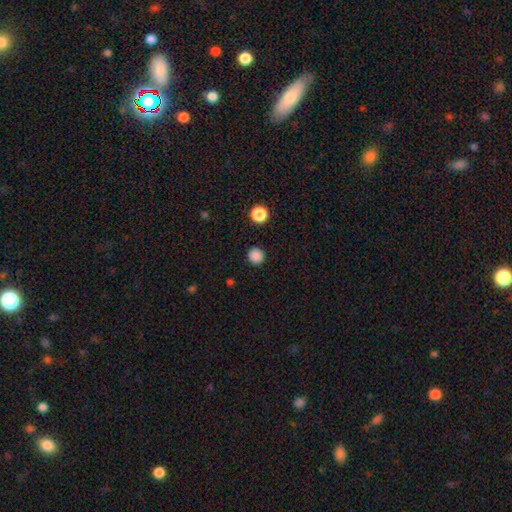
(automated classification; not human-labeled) smooth 86%, star or artifact 12%, featured or disk 2%. Down the decision tree: how rounded — round (94%); merging — none (92%).